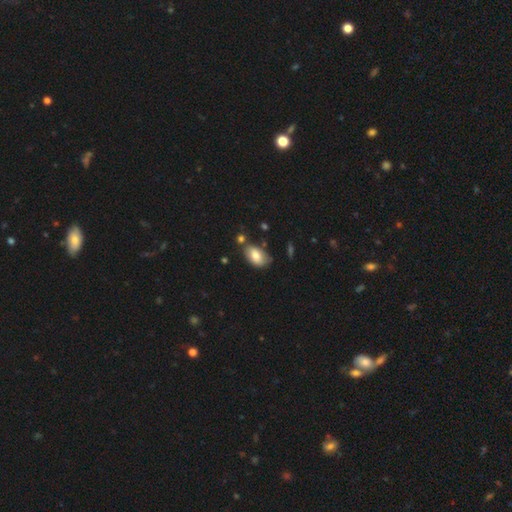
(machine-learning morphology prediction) Smooth or featured?
  - smooth: 78% *
  - featured or disk: 15%
  - star or artifact: 7%
How rounded?
  - in between: 91% *
  - round: 7%
  - cigar-shaped: 2%
Merging?
  - none: 63% *
  - minor disturbance: 23%
  - merger: 9%
  - major disturbance: 5%